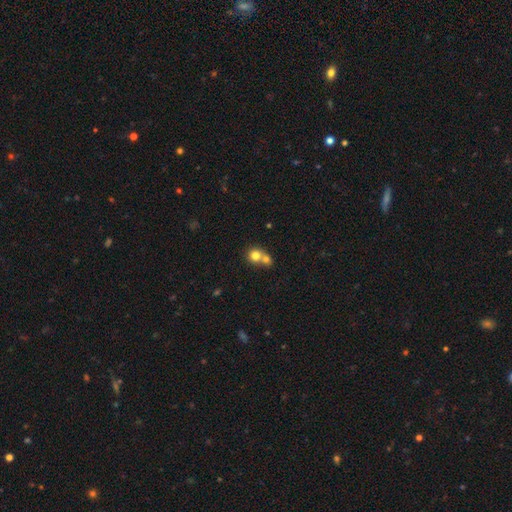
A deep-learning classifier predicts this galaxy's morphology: This appears to be a smooth galaxy with no disk features (77%) that is round (81%). Merging: merger (58%).